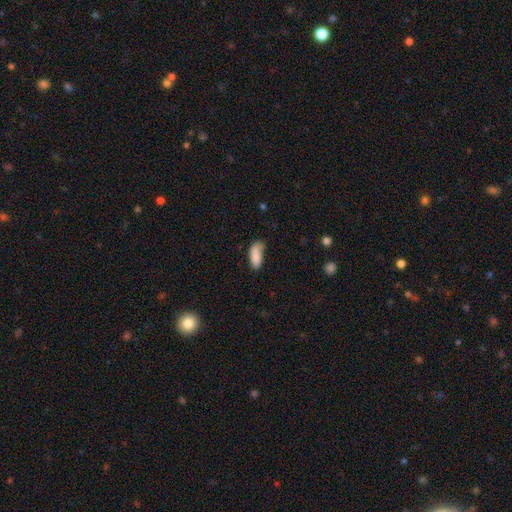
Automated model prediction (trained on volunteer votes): The model was most divided on "merging": none: 56%, minor disturbance: 31%, major disturbance: 9%, merger: 4%. More confident: smooth or featured — smooth (86%); how rounded — in between (77%).